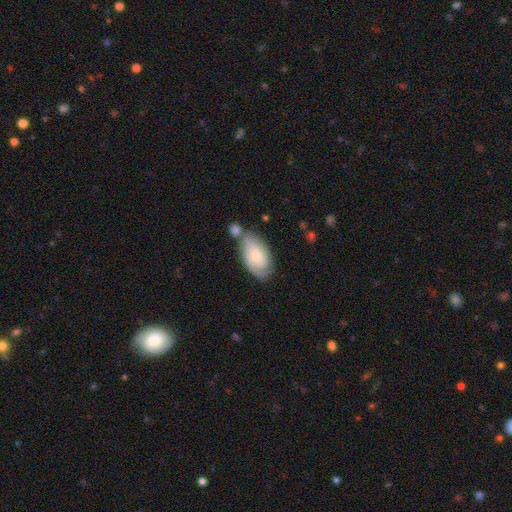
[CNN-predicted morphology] Smooth or featured?
  - smooth: 51% *
  - featured or disk: 42%
  - star or artifact: 6%
How rounded?
  - in between: 92% *
  - round: 5%
  - cigar-shaped: 3%
Merging?
  - none: 46% *
  - merger: 23%
  - minor disturbance: 23%
  - major disturbance: 8%